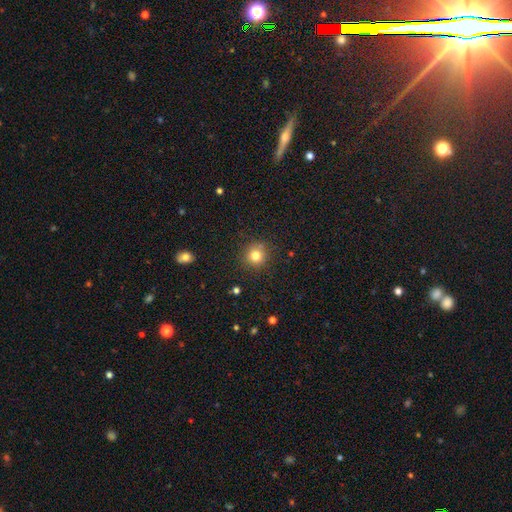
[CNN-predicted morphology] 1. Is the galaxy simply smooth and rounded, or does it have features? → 81% smooth, 13% star or artifact, 7% featured or disk.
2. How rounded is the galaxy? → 91% round, 8% in between, 1% cigar-shaped.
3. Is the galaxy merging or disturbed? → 87% none, 9% minor disturbance, 3% major disturbance, 1% merger.